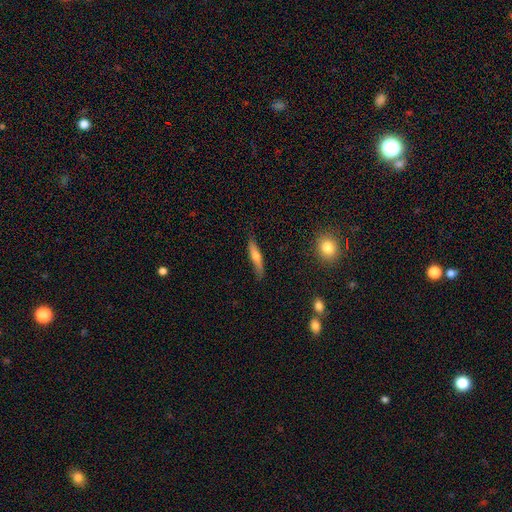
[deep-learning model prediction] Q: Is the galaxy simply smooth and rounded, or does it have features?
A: smooth — 53%.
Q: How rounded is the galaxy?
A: cigar-shaped — 85%.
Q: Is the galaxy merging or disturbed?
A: none — 77%.